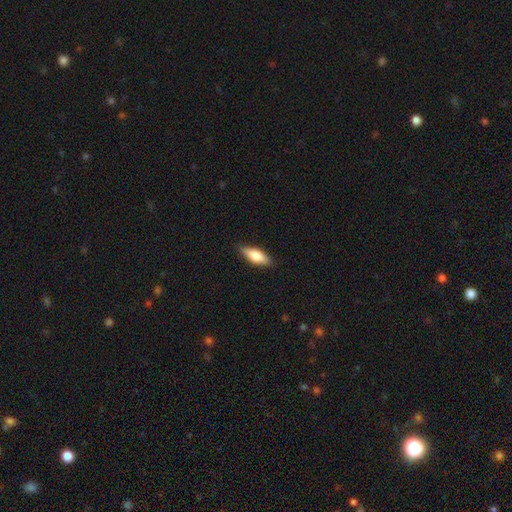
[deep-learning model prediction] This is likely a smooth galaxy (68%). How rounded: likely in between (64%). Merging: clearly none (88%).